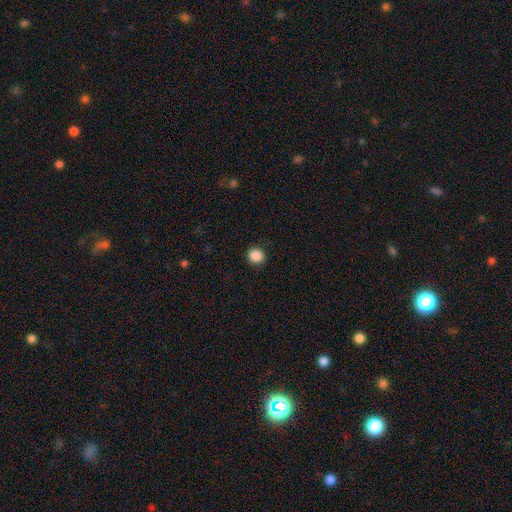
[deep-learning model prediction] Smooth or featured? smooth (88%)
How rounded? round (86%)
Merging? none (90%)